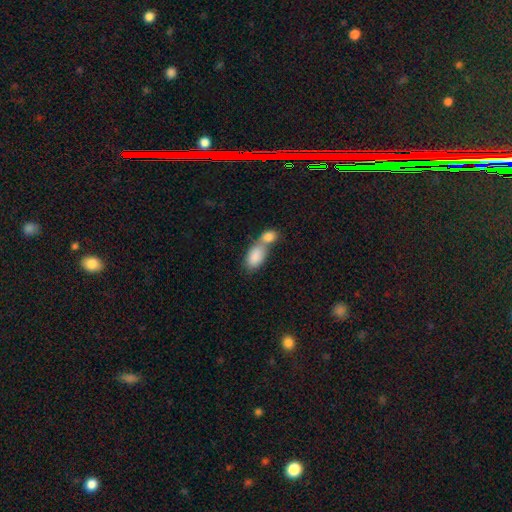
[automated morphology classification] Smooth or featured?
  - smooth: 85% *
  - featured or disk: 9%
  - star or artifact: 6%
How rounded?
  - in between: 92% *
  - round: 5%
  - cigar-shaped: 3%
Merging?
  - merger: 67% *
  - none: 21%
  - minor disturbance: 8%
  - major disturbance: 4%